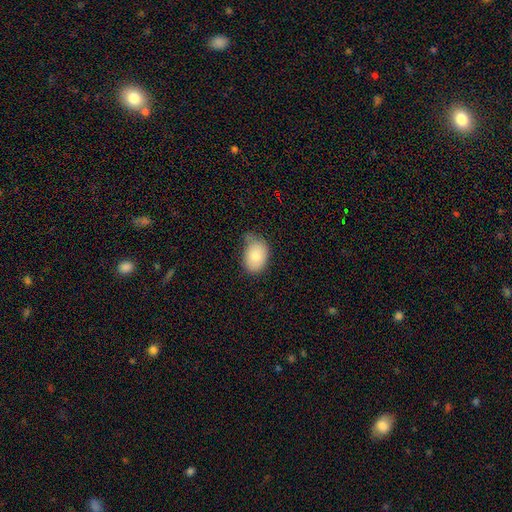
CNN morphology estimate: Smooth or featured? Predicted: smooth (p=0.79). How rounded? Predicted: in between (p=0.77). Merging? Predicted: none (p=0.49).